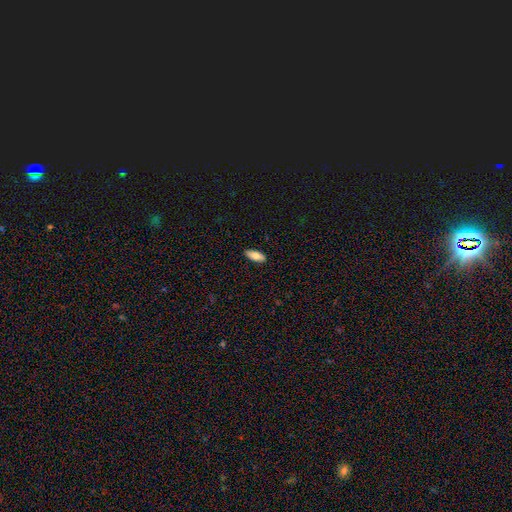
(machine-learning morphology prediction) Smooth or featured? Predicted: smooth (p=0.81). How rounded? Predicted: in between (p=0.82). Merging? Predicted: none (p=0.89).